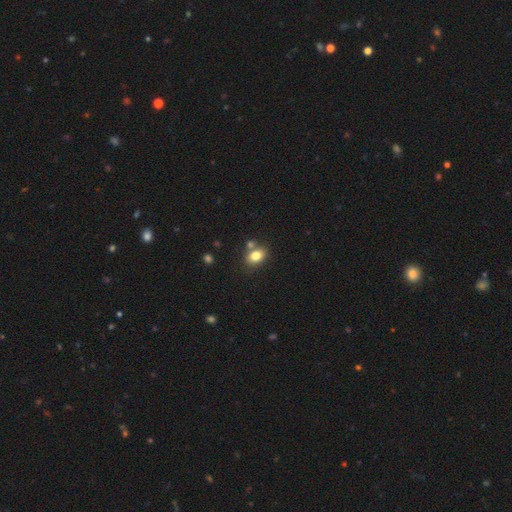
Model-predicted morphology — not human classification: smooth_or_featured: smooth (p=0.82) [alt: star or artifact p=0.10]
how_rounded: in between (p=0.75) [alt: round p=0.23]
merging: none (p=0.65) [alt: merger p=0.18]